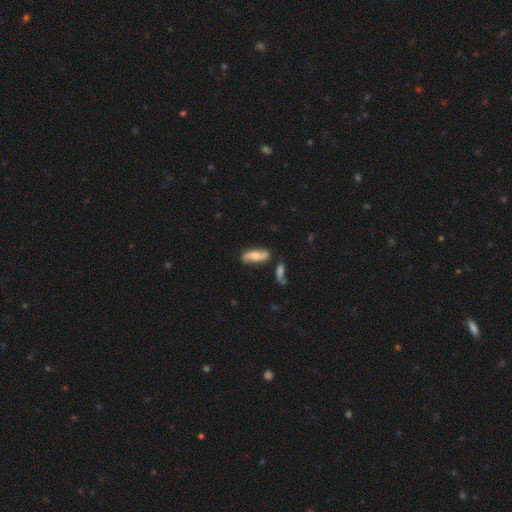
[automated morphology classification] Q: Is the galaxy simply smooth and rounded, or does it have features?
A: featured or disk — 55%.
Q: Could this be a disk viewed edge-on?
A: no — 81%.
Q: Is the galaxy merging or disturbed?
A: none — 72%.